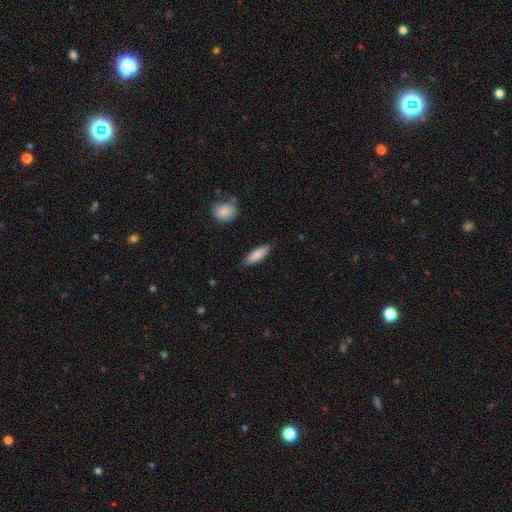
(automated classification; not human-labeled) Overall: smooth (84%). How rounded: in between (49%, tied with cigar-shaped). Merging: none (86%).